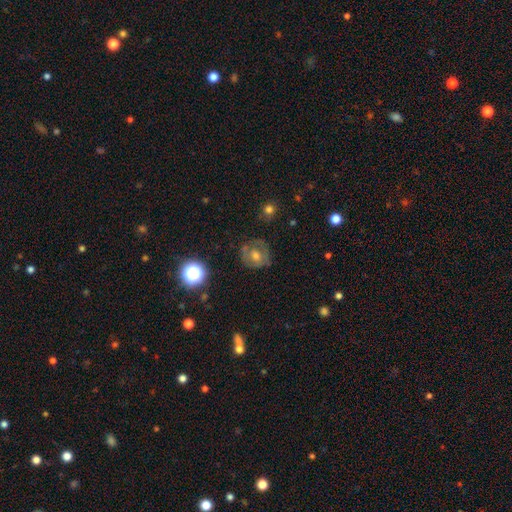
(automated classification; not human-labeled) A featured or disk galaxy (47%). Merging: none (73%).